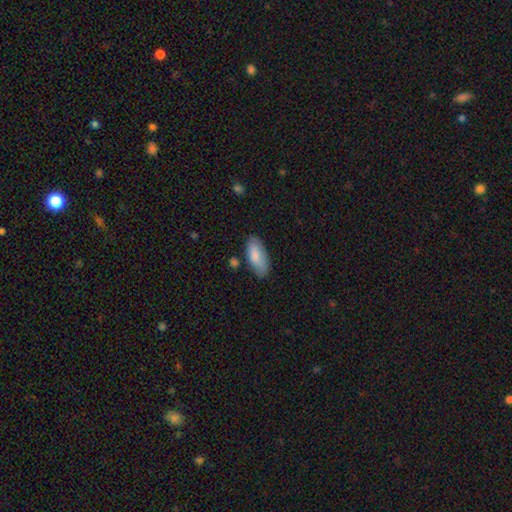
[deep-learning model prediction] smooth-or-featured: smooth: 83% | featured or disk: 11% | star or artifact: 6%
  how-rounded: in between: 86% | cigar-shaped: 12% | round: 2%
  merging: none: 75% | minor disturbance: 18% | major disturbance: 4% | merger: 3%